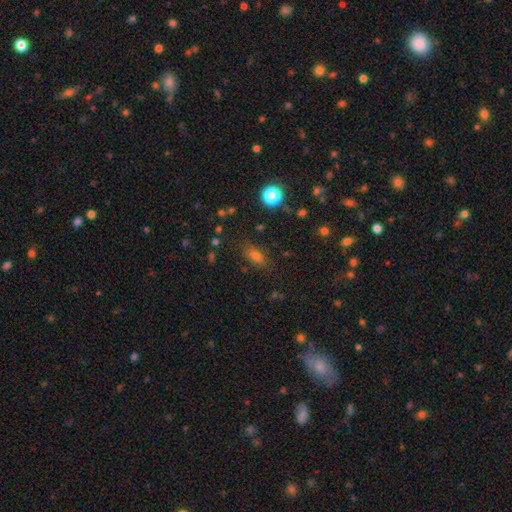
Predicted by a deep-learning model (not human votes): This is likely a smooth galaxy (68%). How rounded: likely in between (73%). Merging: clearly none (81%).